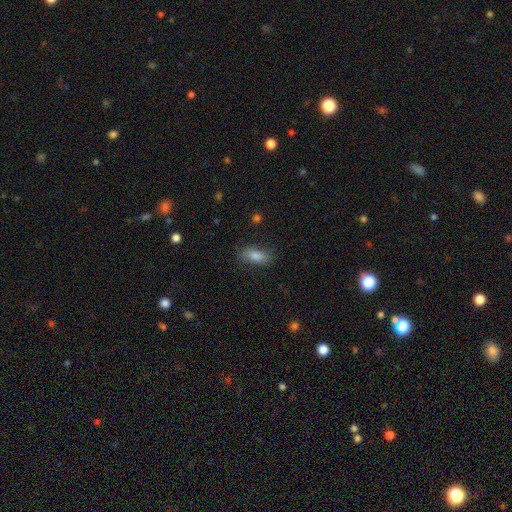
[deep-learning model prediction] smooth 79%, featured or disk 12%, star or artifact 9%. Down the decision tree: how rounded — in between (78%); merging — none (82%).